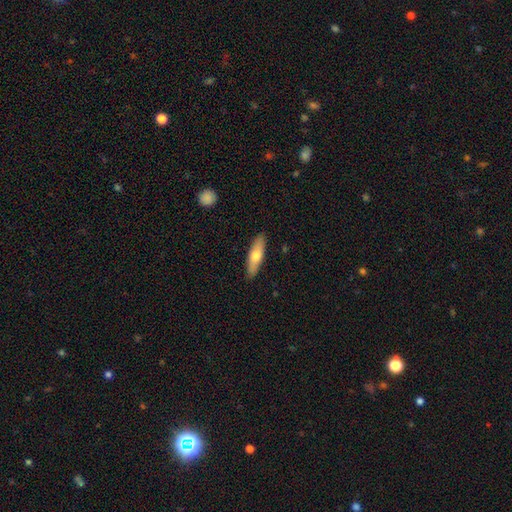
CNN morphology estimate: smooth-or-featured: smooth: 61% | featured or disk: 33% | star or artifact: 5%
  how-rounded: cigar-shaped: 58% | in between: 40% | round: 2%
  merging: none: 90% | minor disturbance: 8% | major disturbance: 2% | merger: 1%